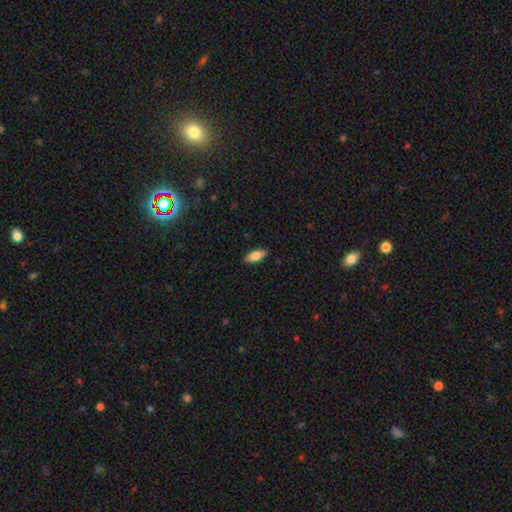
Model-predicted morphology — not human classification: Smooth or featured? smooth (76%)
How rounded? in between (81%)
Merging? none (89%)